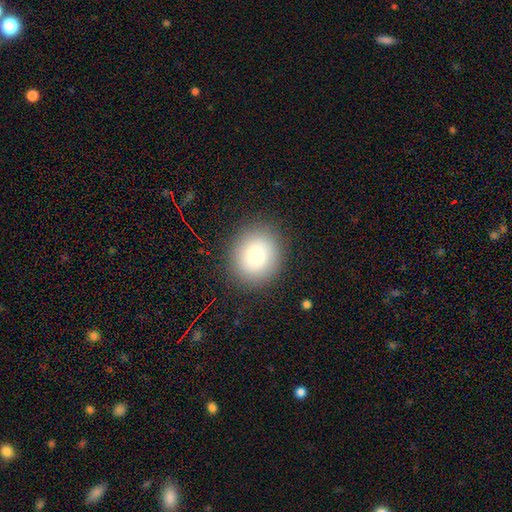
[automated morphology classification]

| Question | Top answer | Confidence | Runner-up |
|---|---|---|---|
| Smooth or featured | smooth | 76% | featured or disk (12%) |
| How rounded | round | 81% | in between (18%) |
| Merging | none | 87% | minor disturbance (8%) |